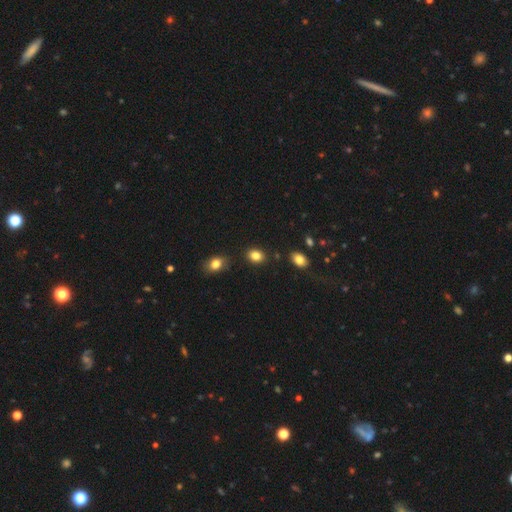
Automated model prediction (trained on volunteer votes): Smooth or featured?
  - smooth: 85% *
  - star or artifact: 10%
  - featured or disk: 5%
How rounded?
  - in between: 63% *
  - round: 36%
  - cigar-shaped: 1%
Merging?
  - none: 85% *
  - minor disturbance: 9%
  - merger: 4%
  - major disturbance: 2%